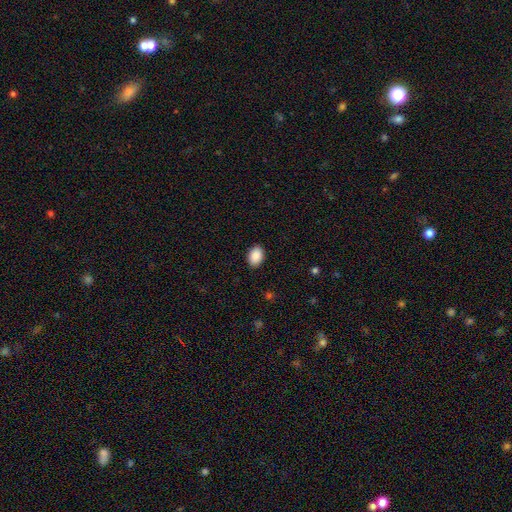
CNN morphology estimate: smooth 90%, star or artifact 7%, featured or disk 3%. Down the decision tree: how rounded — in between (83%); merging — none (89%).